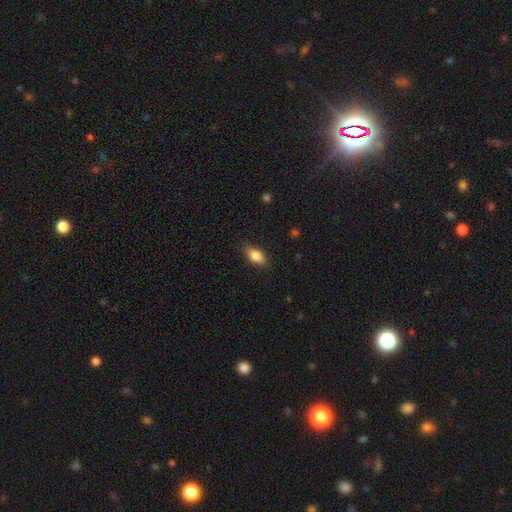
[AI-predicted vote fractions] smooth_or_featured: smooth (p=0.81) [alt: featured or disk p=0.12]
how_rounded: in between (p=0.84) [alt: cigar-shaped p=0.09]
merging: none (p=0.82) [alt: minor disturbance p=0.14]